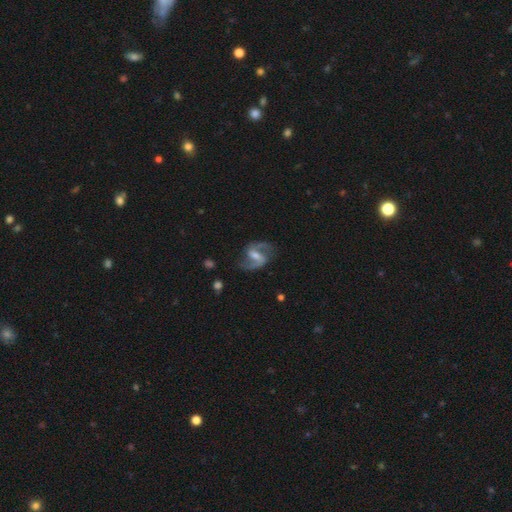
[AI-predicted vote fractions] Smooth or featured: featured or disk — 89% (smooth — 6%)
Edge-on disk: no — 97% (yes — 3%)
Bar: weak — 48% (strong — 38%)
Spiral arms: yes — 97% (no — 3%)
Spiral winding: medium — 51% (loose — 39%)
Spiral arm count: 2 — 93% (can't tell — 2%)
Bulge size: moderate — 49% (small — 34%)
Merging: none — 77% (minor disturbance — 14%)